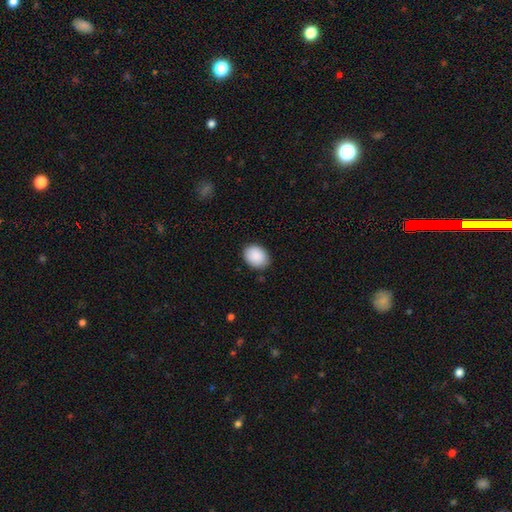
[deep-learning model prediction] Smooth or featured? smooth (90%)
How rounded? in between (68%)
Merging? none (87%)